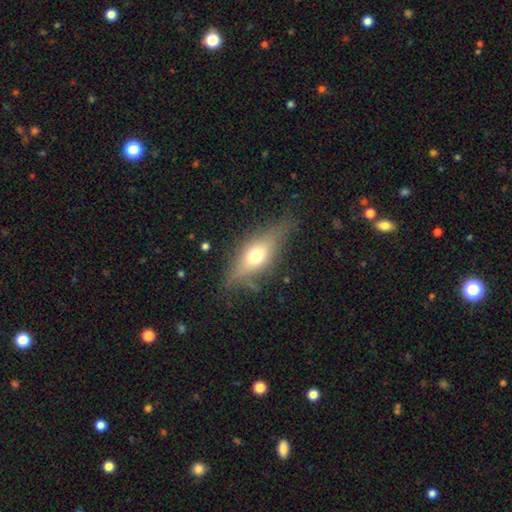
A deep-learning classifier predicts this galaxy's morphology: The model was most divided on "smooth or featured": smooth: 51%, featured or disk: 41%, star or artifact: 8%. More confident: merging — none (72%); how rounded — in between (59%).